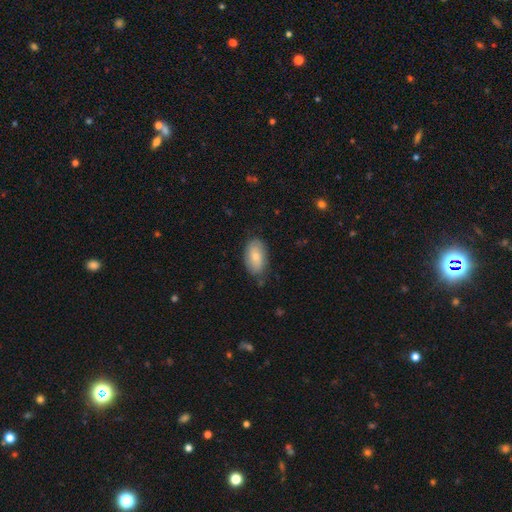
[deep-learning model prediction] Smooth or featured: smooth — 76% (featured or disk — 17%)
How rounded: in between — 93% (round — 5%)
Merging: none — 74% (minor disturbance — 20%)